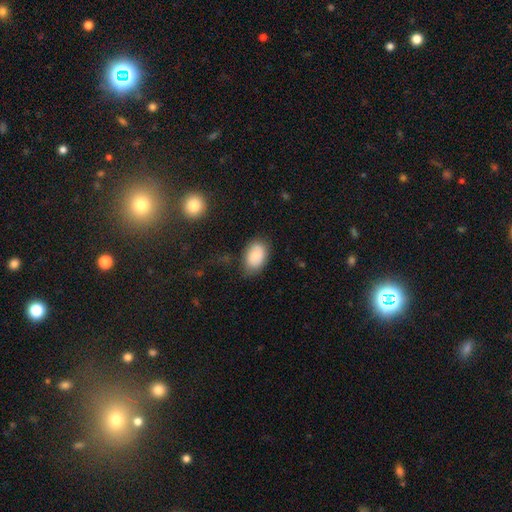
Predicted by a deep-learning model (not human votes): smooth_or_featured: smooth (p=0.77) [alt: featured or disk p=0.15]
how_rounded: in between (p=0.88) [alt: round p=0.11]
merging: none (p=0.71) [alt: minor disturbance p=0.21]